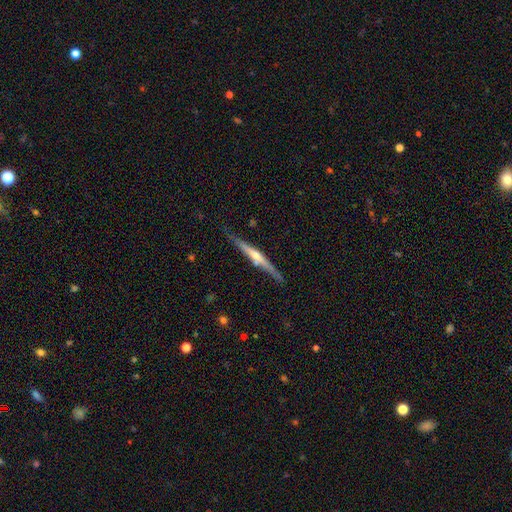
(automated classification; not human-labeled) This appears to be a featured or disk galaxy (75%) viewed edge-on (97%) with a rounded central bulge (77%). Merging: none (81%).